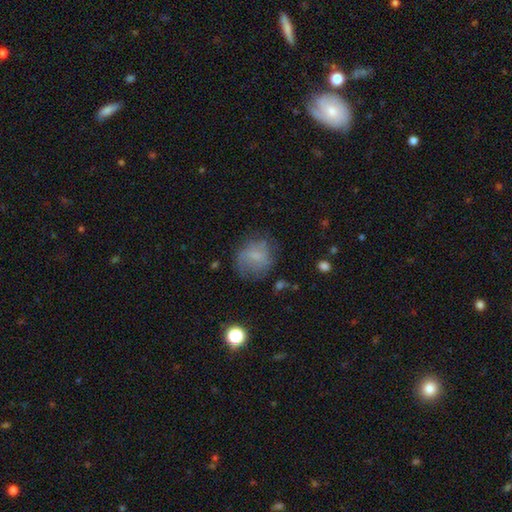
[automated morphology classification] This appears to be a smooth galaxy with no disk features (62%) that is round (74%). Merging: none (61%).